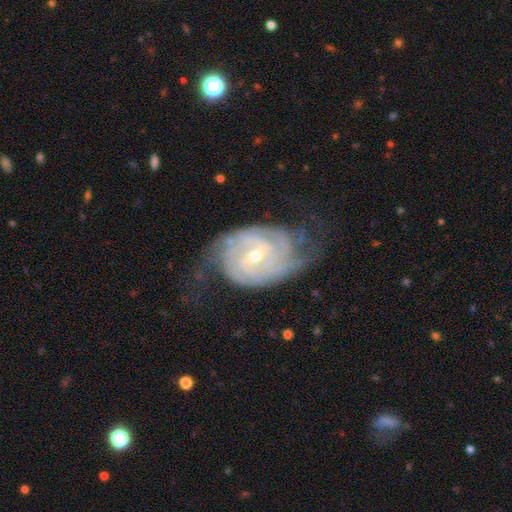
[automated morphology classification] Smooth or featured? featured or disk (89%)
Edge-on disk? no (97%)
Bar? weak (54%)
Spiral arms? yes (97%)
Spiral winding? tight (66%)
Spiral arm count? can't tell (28%)
Bulge size? small (58%)
Merging? none (63%)